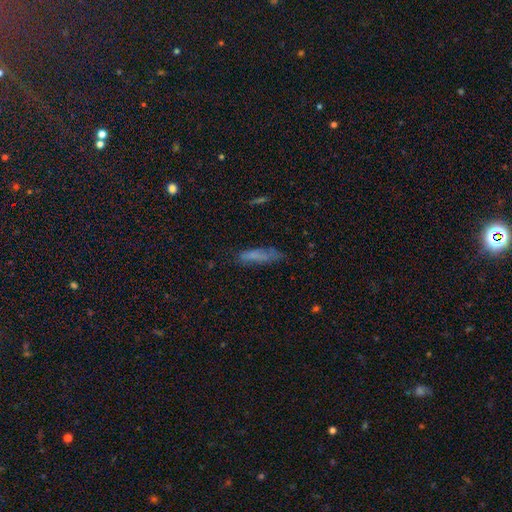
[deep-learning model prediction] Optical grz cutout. It shows a smooth galaxy with no disk features (68%) that is cigar-shaped (68%). Merging: none (61%).